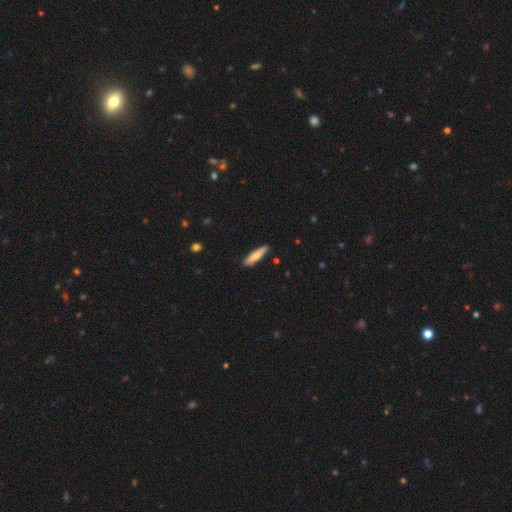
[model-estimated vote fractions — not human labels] A smooth galaxy with no disk features (72%) that is cigar-shaped (83%). Merging: none (86%).